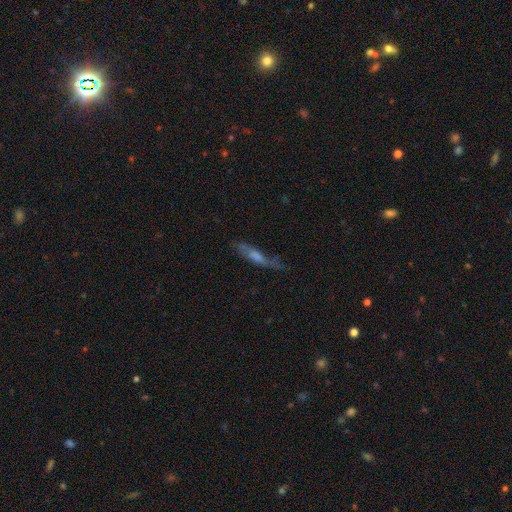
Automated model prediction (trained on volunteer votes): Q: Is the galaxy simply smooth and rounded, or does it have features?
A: featured or disk — 51%.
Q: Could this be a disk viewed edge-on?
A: yes — 64%.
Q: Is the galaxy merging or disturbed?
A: none — 55%.